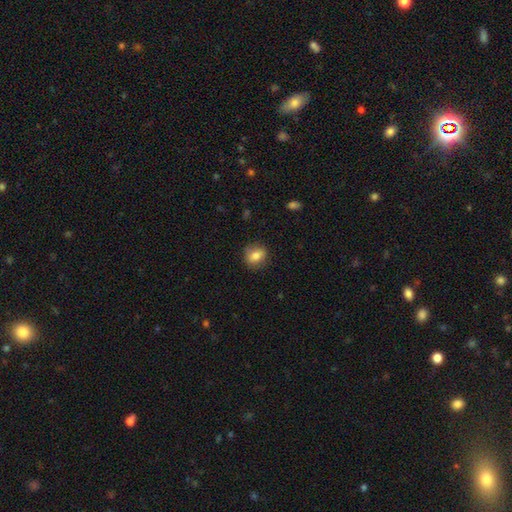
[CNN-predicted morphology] This appears to be a smooth galaxy with no disk features (78%) that is round (59%). Merging: none (80%).